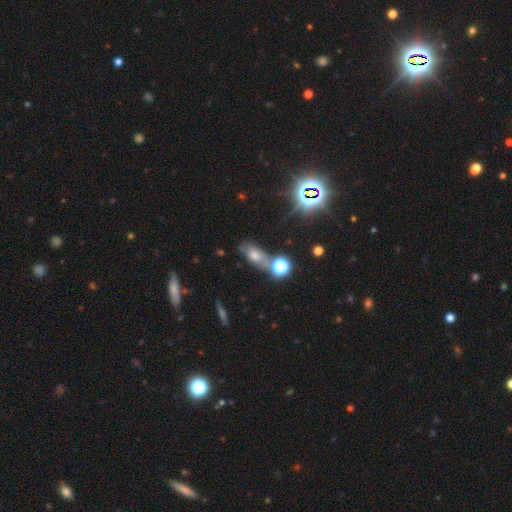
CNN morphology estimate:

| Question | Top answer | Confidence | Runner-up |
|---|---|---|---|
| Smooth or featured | smooth | 49% | star or artifact (28%) |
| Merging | none | 53% | minor disturbance (19%) |